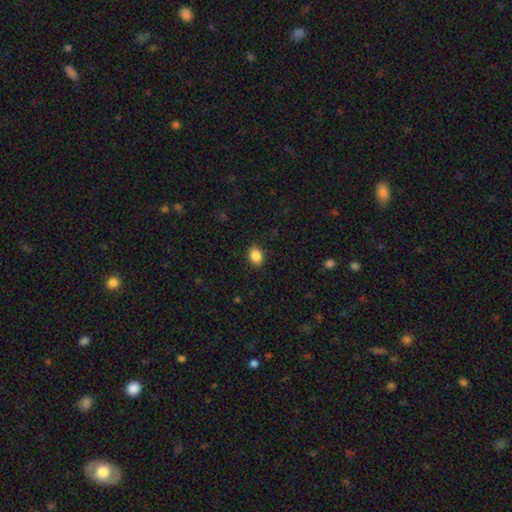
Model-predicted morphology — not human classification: Overall: smooth (87%). How rounded: in between (67%; round 32%). Merging: none (89%).